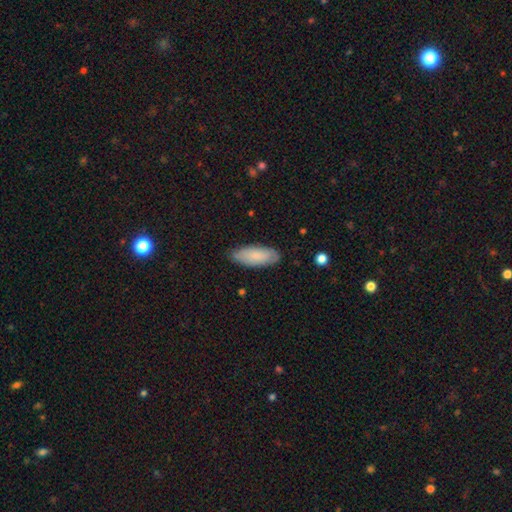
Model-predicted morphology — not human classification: This appears to be a smooth galaxy with no disk features (84%) that is in between round and cigar-shaped (78%). Merging: none (83%).